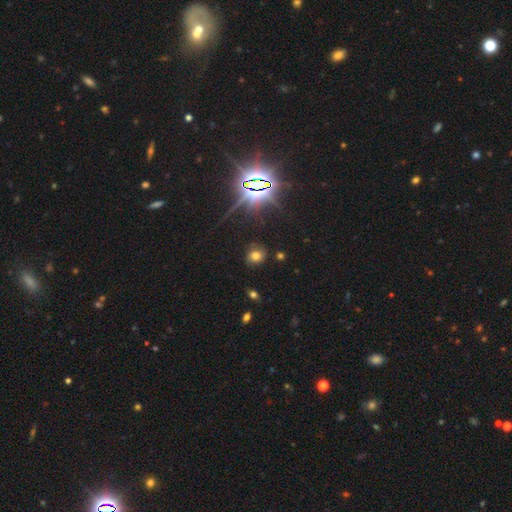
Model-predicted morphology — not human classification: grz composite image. It shows a smooth galaxy with no disk features (66%) that is round (73%). Merging: none (85%).